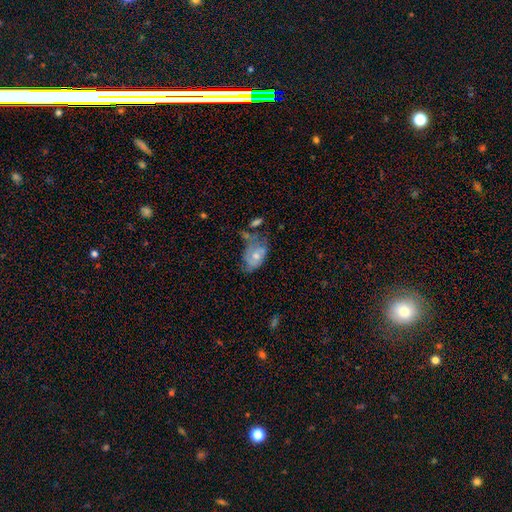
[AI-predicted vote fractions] Overall: smooth (51%; featured or disk 41%). How rounded: in between (84%). Merging: minor disturbance (31%; major disturbance 28%).